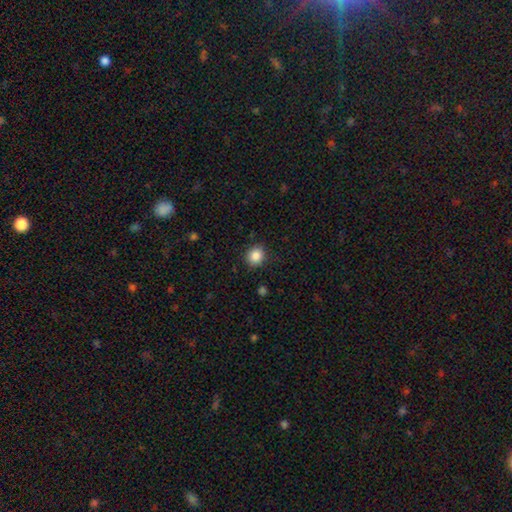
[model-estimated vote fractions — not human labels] Morphology: type=smooth (86%); roundness=round (78%); merging=none (88%).